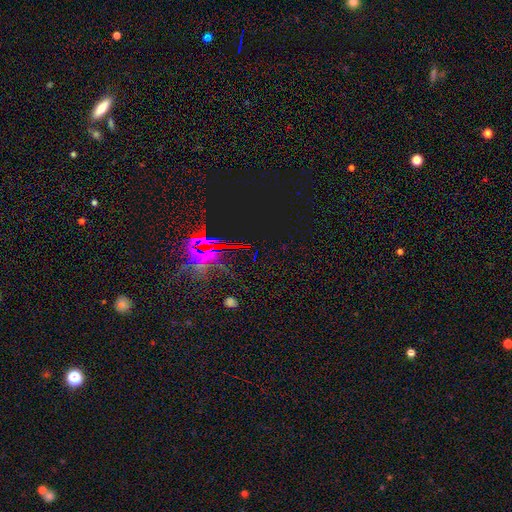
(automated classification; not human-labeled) Morphology: type=star or artifact (83%).